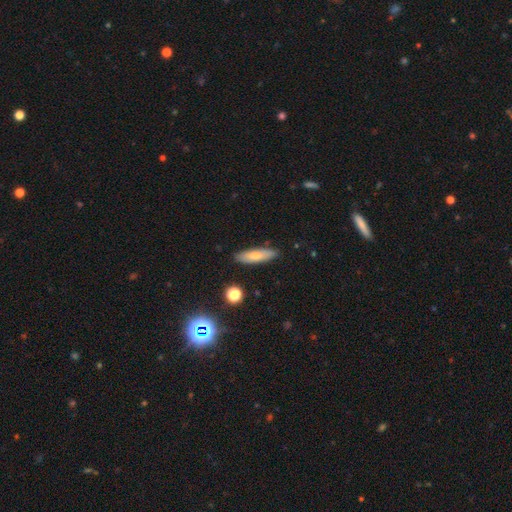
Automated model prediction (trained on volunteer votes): smooth-or-featured: smooth: 69% | featured or disk: 23% | star or artifact: 8%
  how-rounded: cigar-shaped: 60% | in between: 38% | round: 2%
  merging: none: 87% | minor disturbance: 9% | major disturbance: 2% | merger: 2%